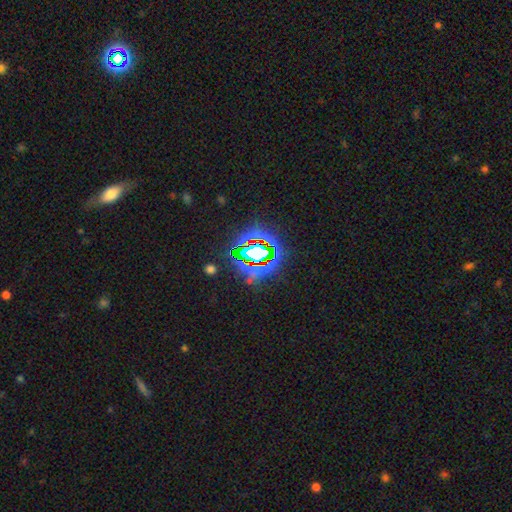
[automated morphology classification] Q: Smooth or featured?
A: star or artifact (77%); runner-up: smooth (13%)